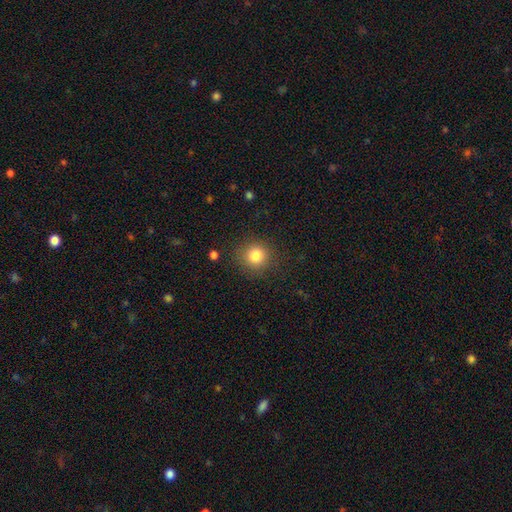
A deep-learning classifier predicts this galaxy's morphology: The model was most divided on "smooth or featured": smooth: 82%, star or artifact: 11%, featured or disk: 6%. More confident: how rounded — round (92%); merging — none (87%).